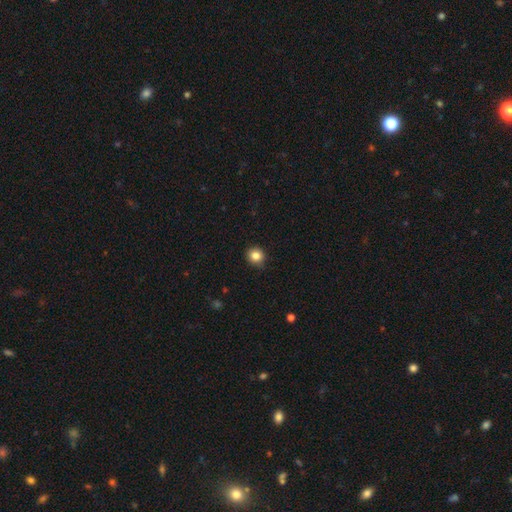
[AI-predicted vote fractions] A smooth galaxy with no disk features (84%) that is round (90%).

Vote fractions:
- Smooth or featured? smooth: 84% / star or artifact: 11% / featured or disk: 5%
- How rounded? round: 90% / in between: 10% / cigar-shaped: 1%
- Merging? none: 87% / minor disturbance: 10% / major disturbance: 2% / merger: 1%